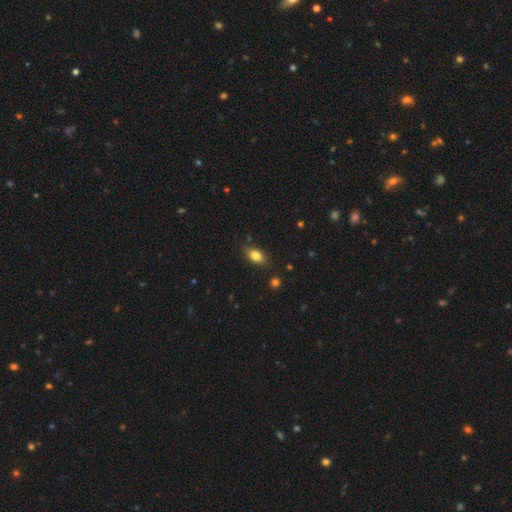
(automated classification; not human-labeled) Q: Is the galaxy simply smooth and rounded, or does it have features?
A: smooth — 82%.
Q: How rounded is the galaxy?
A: in between — 86%.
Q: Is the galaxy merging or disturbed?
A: none — 82%.